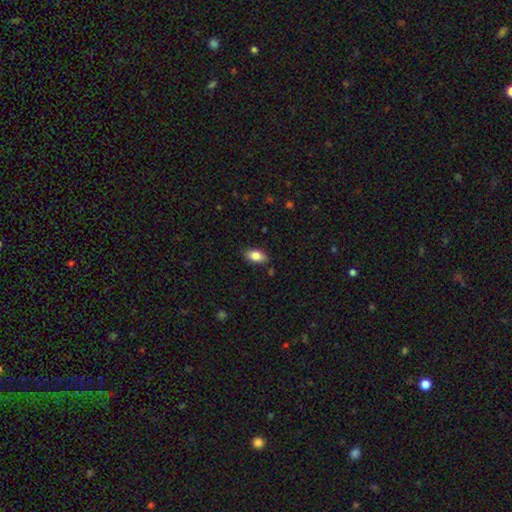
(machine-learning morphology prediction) smooth 84%, featured or disk 8%, star or artifact 8%. Down the decision tree: how rounded — in between (90%); merging — none (85%).